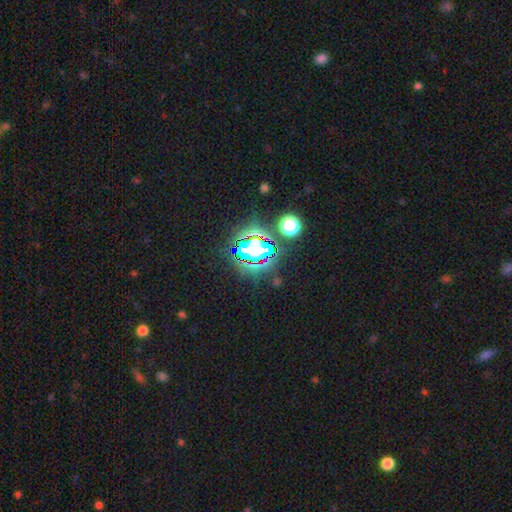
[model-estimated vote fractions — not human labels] Smooth or featured? star or artifact (76%)